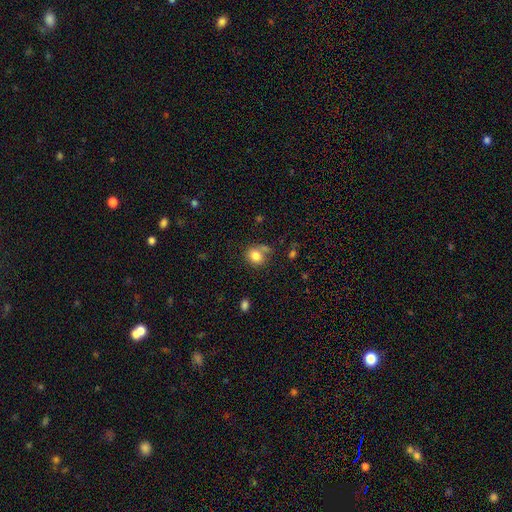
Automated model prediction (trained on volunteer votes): This appears to be a smooth galaxy with no disk features (81%) that is round (63%). Merging: none (58%).